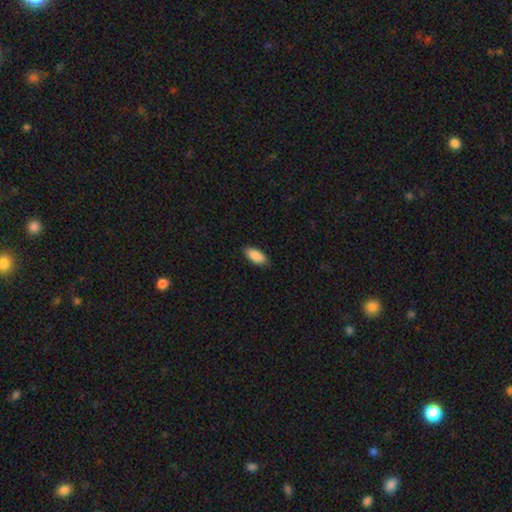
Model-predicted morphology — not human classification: Q: Smooth or featured?
A: smooth (90%); runner-up: star or artifact (6%)
Q: How rounded?
A: in between (89%); runner-up: cigar-shaped (9%)
Q: Merging?
A: none (84%); runner-up: minor disturbance (13%)